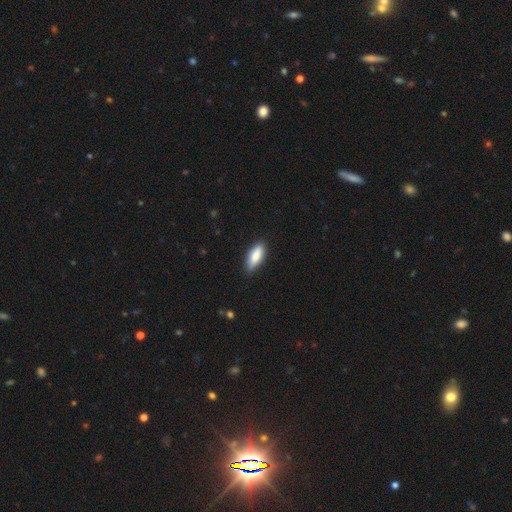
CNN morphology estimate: Smooth or featured? smooth (82%)
How rounded? in between (68%)
Merging? none (82%)